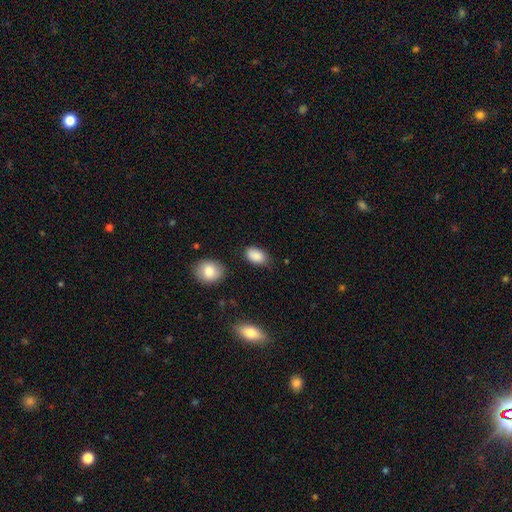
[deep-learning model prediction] This appears to be a smooth galaxy with no disk features (88%) that is in between round and cigar-shaped (89%). Merging: none (75%).